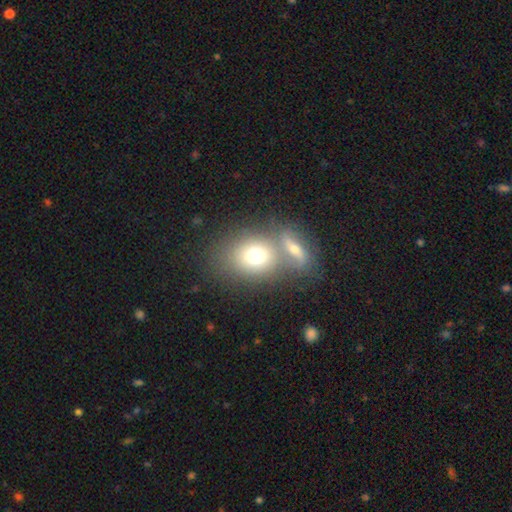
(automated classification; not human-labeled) Morphology: type=smooth (73%); roundness=in between (52%); merging=none (46%).